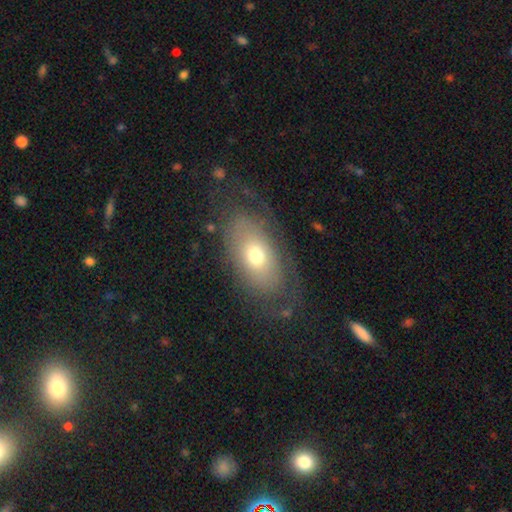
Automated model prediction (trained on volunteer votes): smooth-or-featured: smooth: 52% | featured or disk: 39% | star or artifact: 9%
  how-rounded: in between: 88% | round: 9% | cigar-shaped: 3%
  merging: none: 67% | minor disturbance: 18% | major disturbance: 13% | merger: 2%